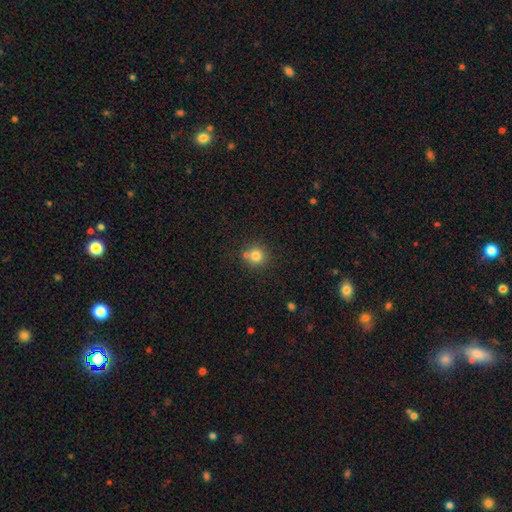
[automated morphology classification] type=smooth (79%); roundness=round (92%); merging=none (69%).